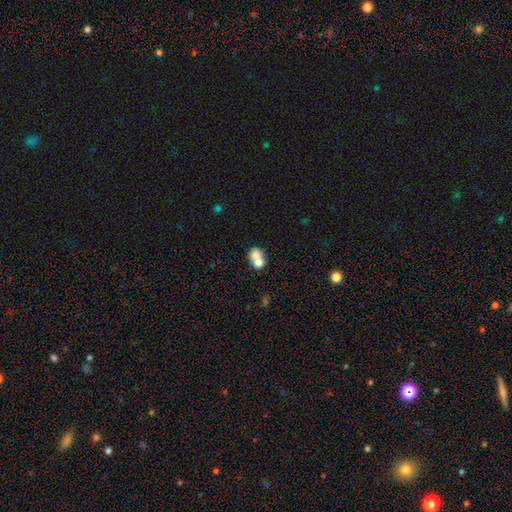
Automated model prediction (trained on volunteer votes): Morphology: type=smooth (69%); roundness=round (63%); merging=merger (67%).